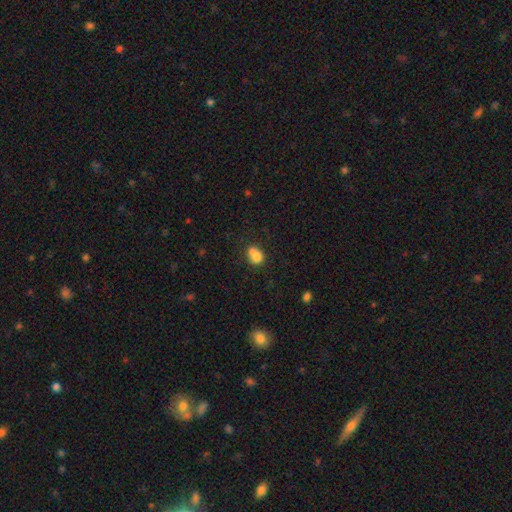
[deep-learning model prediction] A smooth galaxy with no disk features (75%) that is round (60%). Merging: merger (51%).